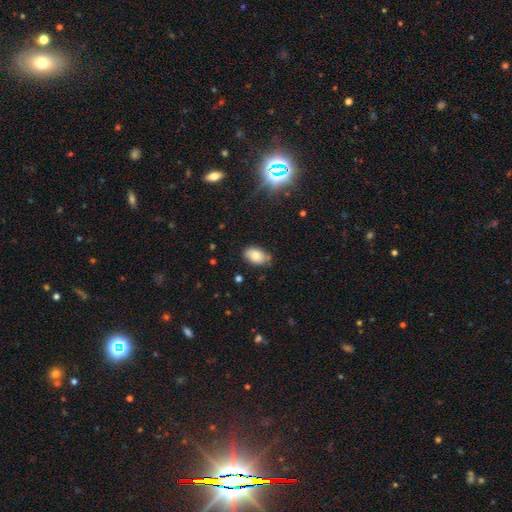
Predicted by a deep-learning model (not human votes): Smooth or featured? Predicted: smooth (p=0.77). How rounded? Predicted: in between (p=0.90). Merging? Predicted: none (p=0.75).